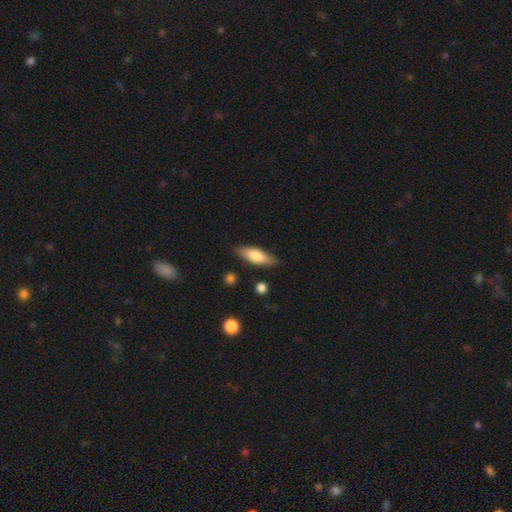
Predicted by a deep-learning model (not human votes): smooth-or-featured: smooth: 71% | featured or disk: 23% | star or artifact: 6%
  how-rounded: in between: 53% | cigar-shaped: 44% | round: 2%
  merging: none: 83% | minor disturbance: 12% | major disturbance: 2% | merger: 2%